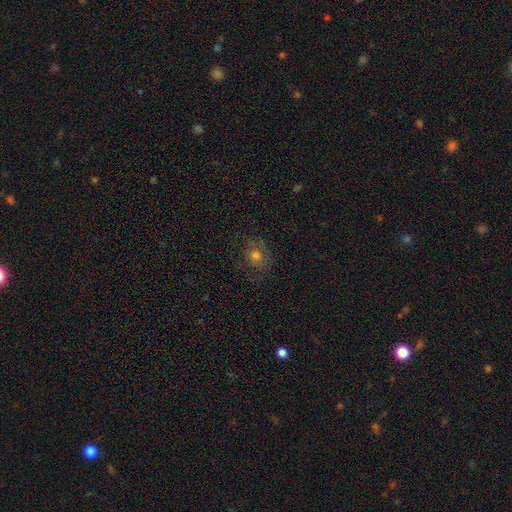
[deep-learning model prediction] This is possibly a smooth galaxy (58%). How rounded: likely round (69%). Merging: likely none (73%).